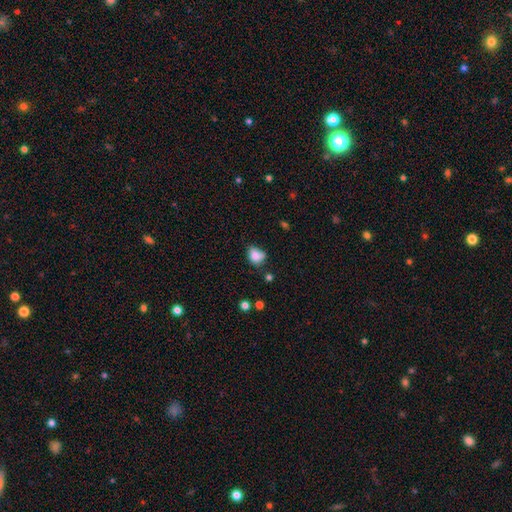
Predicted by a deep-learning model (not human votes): Overall: smooth (80%). How rounded: in between (53%; round 46%). Merging: none (41%; minor disturbance 34%).